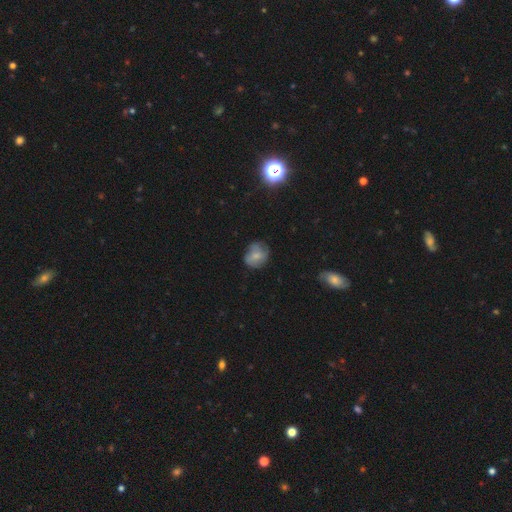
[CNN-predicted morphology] smooth-or-featured: smooth: 64% | featured or disk: 26% | star or artifact: 10%
  how-rounded: round: 67% | in between: 32% | cigar-shaped: 1%
  merging: none: 63% | minor disturbance: 26% | major disturbance: 9% | merger: 2%